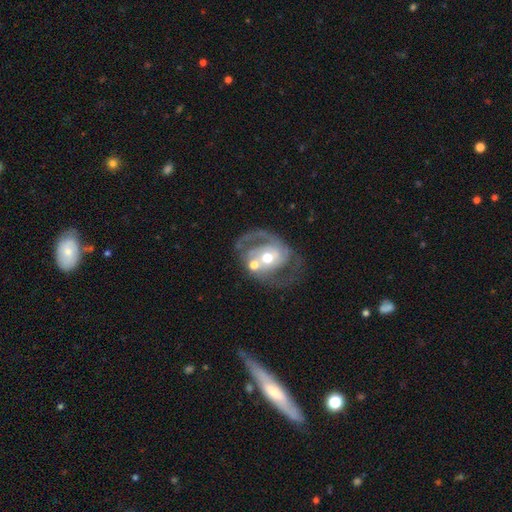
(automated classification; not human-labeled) A featured or disk galaxy (83%) with no bar (57%), 2 (76%) medium (48%) spiral arms (86%) and a moderate central bulge (72%). Merging: none (48%).